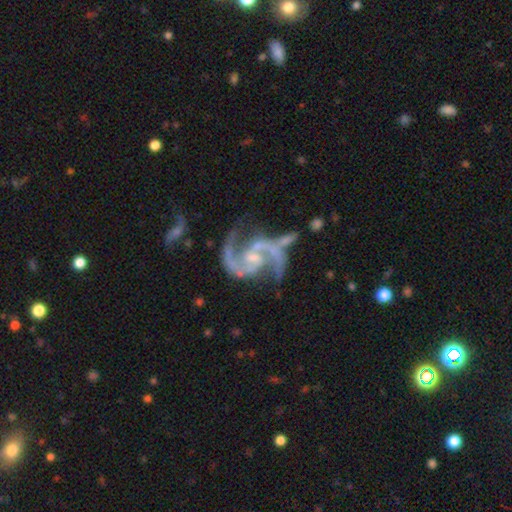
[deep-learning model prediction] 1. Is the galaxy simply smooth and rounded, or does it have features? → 93% featured or disk, 5% star or artifact, 2% smooth.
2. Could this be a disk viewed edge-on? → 98% no, 2% yes.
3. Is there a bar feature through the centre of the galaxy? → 47% no, 39% weak, 14% strong.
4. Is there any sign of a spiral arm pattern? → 98% yes, 2% no.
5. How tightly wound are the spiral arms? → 58% medium, 28% loose, 14% tight.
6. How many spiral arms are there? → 90% 2, 4% 3, 2% can't tell, 2% 1, 1% 4, 1% more than 4.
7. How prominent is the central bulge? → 63% small, 24% moderate, 10% none, 1% large, 1% dominant.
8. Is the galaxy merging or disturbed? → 56% none, 20% minor disturbance, 15% major disturbance, 9% merger.